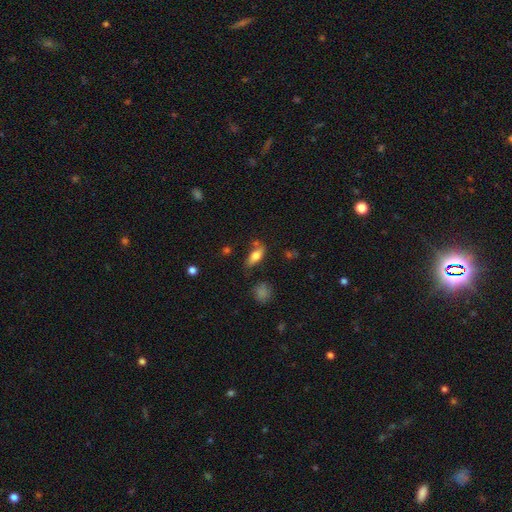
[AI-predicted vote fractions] smooth 74%, featured or disk 18%, star or artifact 8%. Down the decision tree: how rounded — in between (78%); merging — none (65%).